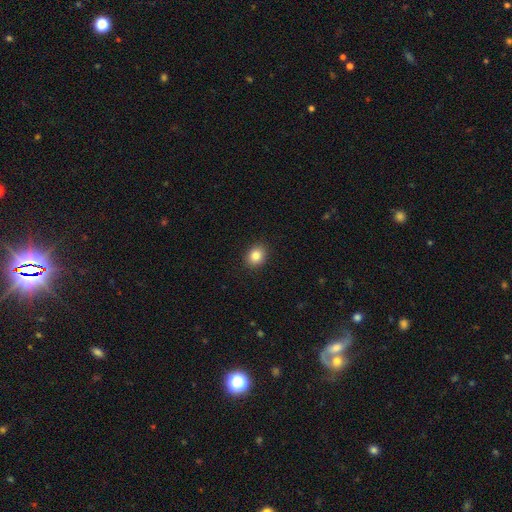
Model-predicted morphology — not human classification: smooth 85%, star or artifact 9%, featured or disk 6%. Down the decision tree: how rounded — round (53%); merging — none (90%).